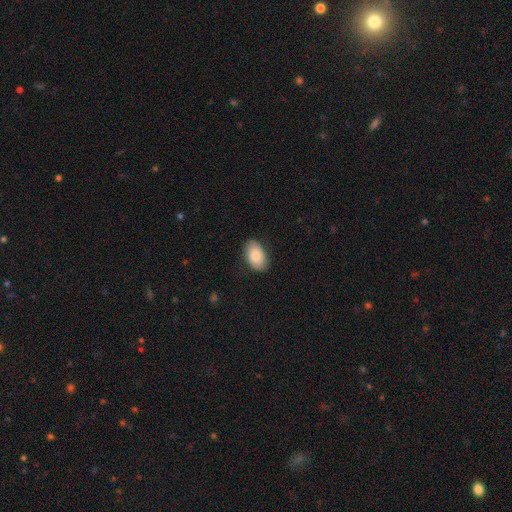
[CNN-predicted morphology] type=smooth (84%); roundness=in between (94%); merging=none (84%).